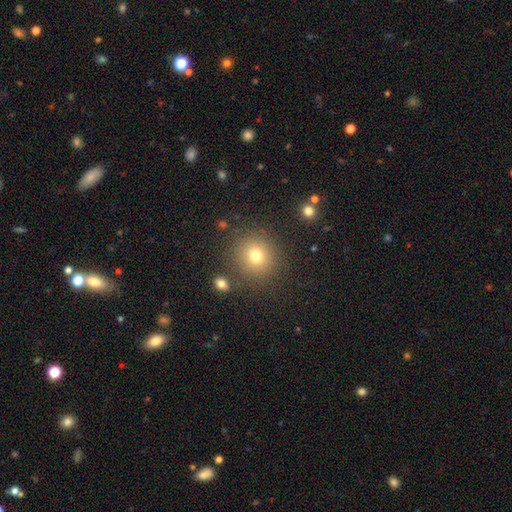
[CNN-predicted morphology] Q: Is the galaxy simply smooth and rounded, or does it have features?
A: smooth — 75%.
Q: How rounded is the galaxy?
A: round — 89%.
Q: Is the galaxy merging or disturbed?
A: none — 85%.